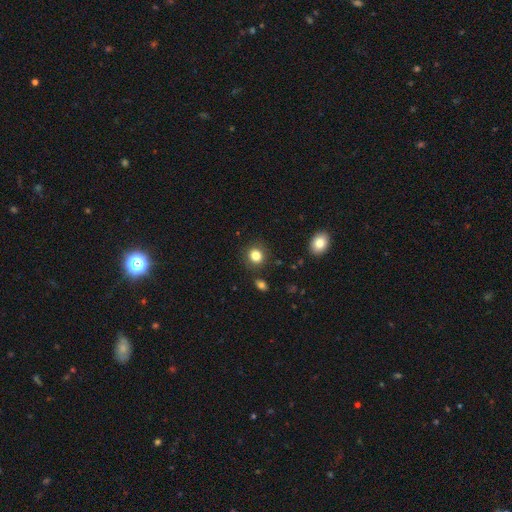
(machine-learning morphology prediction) This is clearly a smooth galaxy (83%). How rounded: likely round (79%). Merging: clearly none (87%).